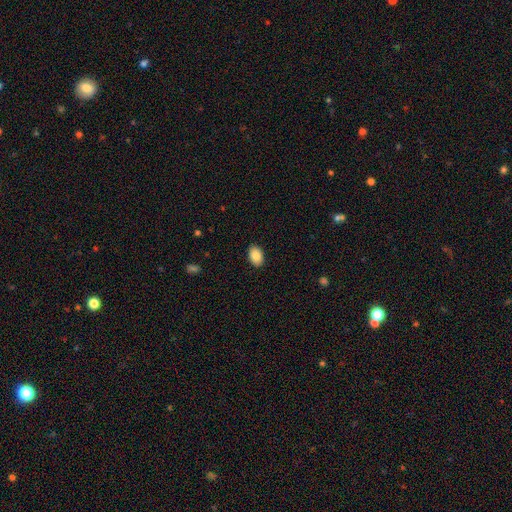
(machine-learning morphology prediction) A smooth galaxy with no disk features (87%) that is in between round and cigar-shaped (88%). Merging: none (90%).